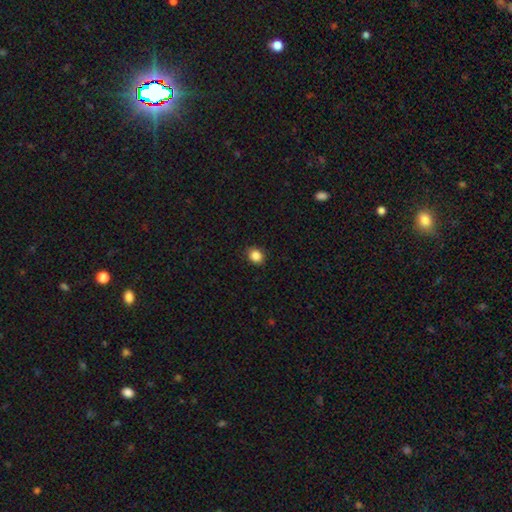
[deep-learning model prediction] Smooth or featured: smooth — 86% (star or artifact — 11%)
How rounded: round — 73% (in between — 26%)
Merging: none — 89% (minor disturbance — 8%)